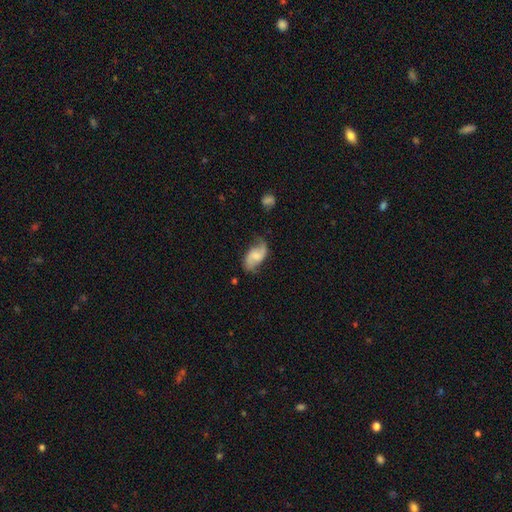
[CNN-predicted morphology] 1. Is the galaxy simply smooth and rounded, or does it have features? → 66% featured or disk, 28% smooth, 7% star or artifact.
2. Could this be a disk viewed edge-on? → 96% no, 4% yes.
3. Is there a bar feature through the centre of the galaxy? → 45% no, 44% weak, 12% strong.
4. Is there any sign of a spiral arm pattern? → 92% yes, 8% no.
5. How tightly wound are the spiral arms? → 64% loose, 28% medium, 9% tight.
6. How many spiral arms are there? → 89% 2, 5% can't tell, 4% 1, 1% 3, 1% 4, 1% more than 4.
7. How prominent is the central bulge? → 38% small, 37% moderate, 16% none, 6% large, 2% dominant.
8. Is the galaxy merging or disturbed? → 65% none, 24% minor disturbance, 9% major disturbance, 2% merger.